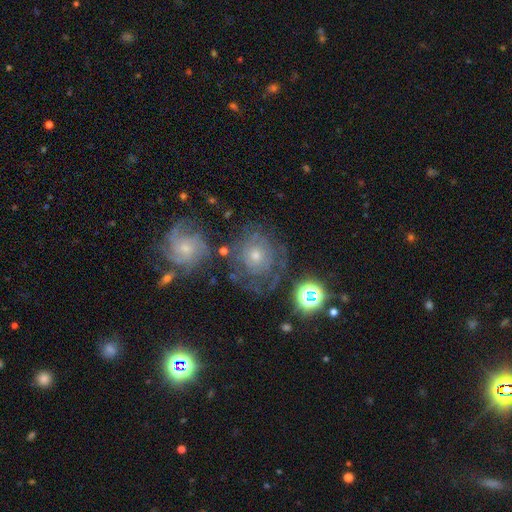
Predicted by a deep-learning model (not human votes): The model was most divided on "bulge size": small: 53%, moderate: 39%, large: 4%, none: 2%, dominant: 1%. Remaining: edge-on disk — no (96%); spiral arms — yes (87%); bar — no (82%); spiral winding — tight (71%); smooth or featured — featured or disk (64%); merging — none (62%); spiral arm count — can't tell (47%).